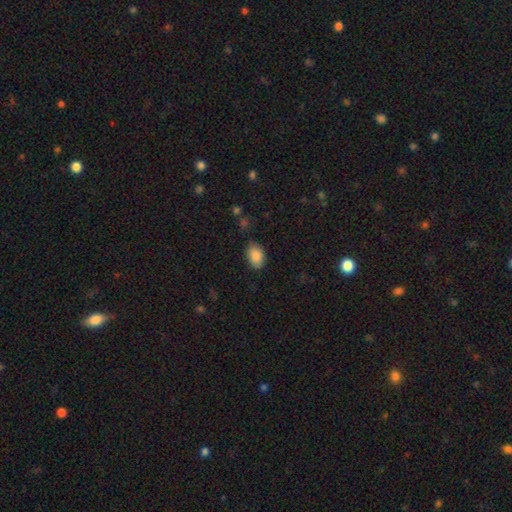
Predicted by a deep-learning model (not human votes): Smooth or featured? smooth (87%)
How rounded? in between (86%)
Merging? none (81%)